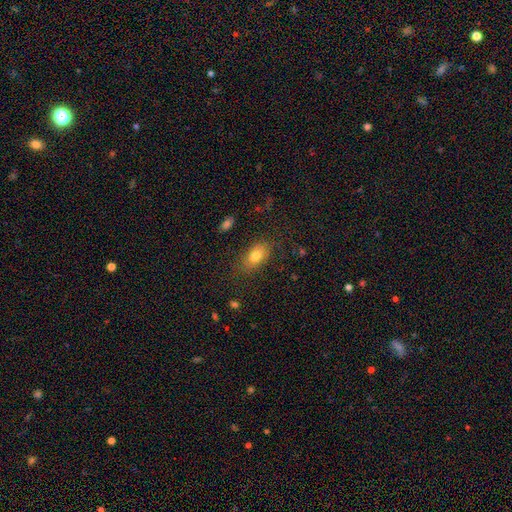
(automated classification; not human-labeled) Q: Smooth or featured?
A: smooth (77%); runner-up: featured or disk (13%)
Q: How rounded?
A: in between (85%); runner-up: round (9%)
Q: Merging?
A: none (79%); runner-up: minor disturbance (15%)